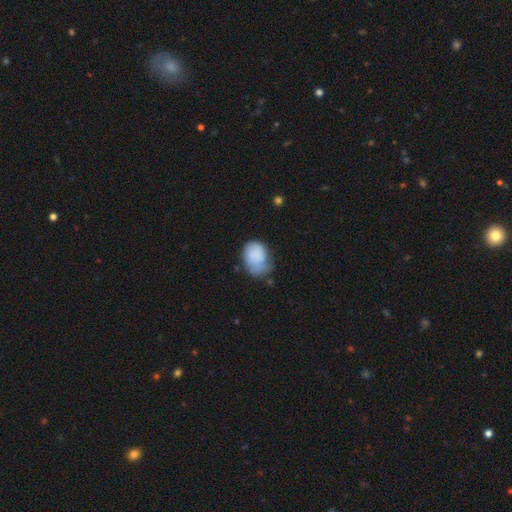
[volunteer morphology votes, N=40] Smooth or featured: smooth — 78% (featured or disk — 18%)
How rounded: in between — 65% (round — 35%)
Merging: major disturbance — 53% (none — 29%)